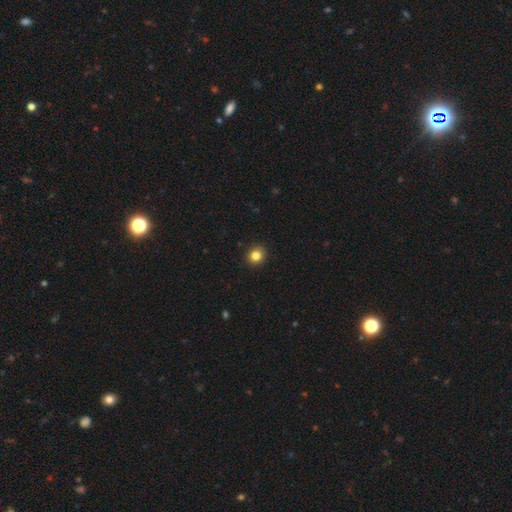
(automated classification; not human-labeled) Morphology: type=smooth (83%); roundness=round (87%); merging=none (92%).